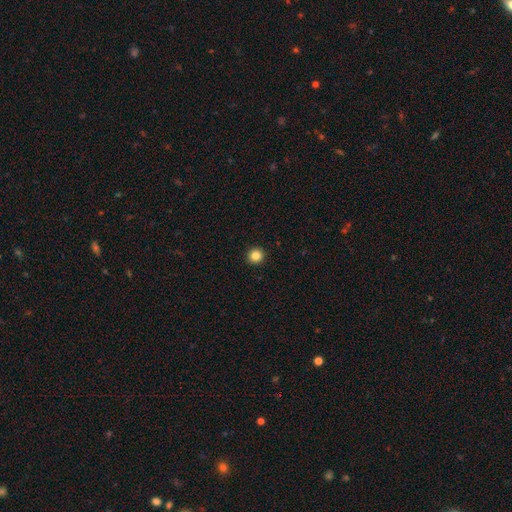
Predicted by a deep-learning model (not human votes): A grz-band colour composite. It shows a smooth galaxy with no disk features (85%) that is round (94%). Merging: none (94%).